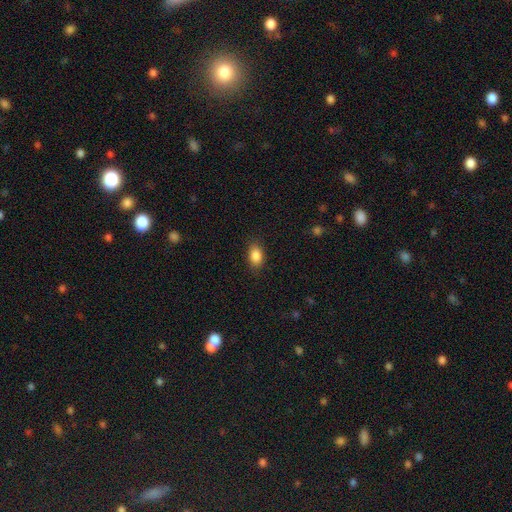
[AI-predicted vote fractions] Morphology: type=smooth (87%); roundness=in between (86%); merging=none (86%).